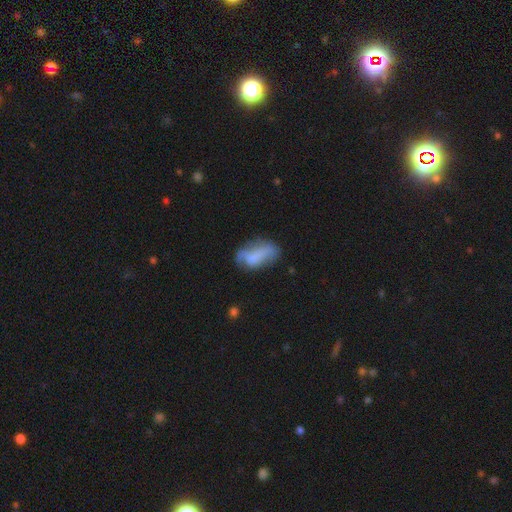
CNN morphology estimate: This is possibly a smooth galaxy (59%). How rounded: clearly in between (87%). Merging: marginally none (38%).